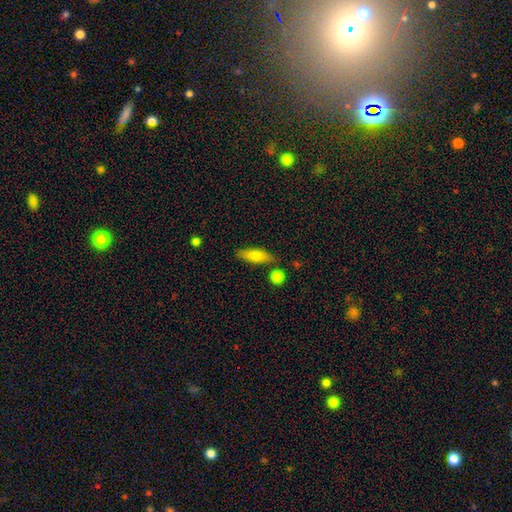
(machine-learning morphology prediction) This appears to be a smooth galaxy with no disk features (73%) that is in between round and cigar-shaped (56%). Merging: none (78%).